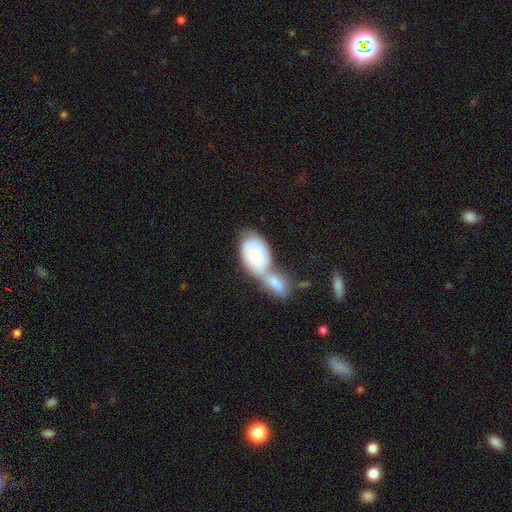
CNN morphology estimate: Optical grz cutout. It shows a smooth galaxy with no disk features (63%) that is in between round and cigar-shaped (89%). Merging: merger (70%).